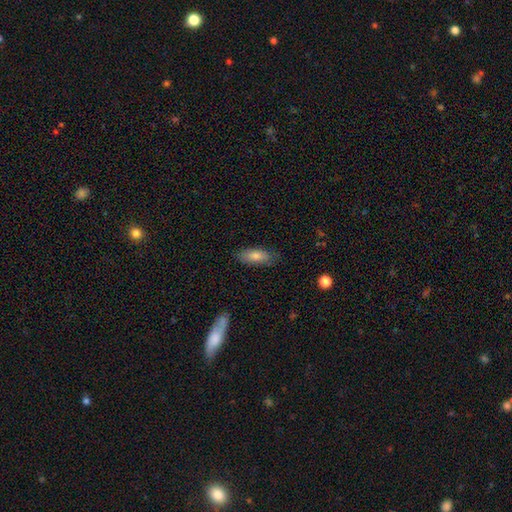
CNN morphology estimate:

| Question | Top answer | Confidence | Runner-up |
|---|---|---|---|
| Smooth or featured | smooth | 73% | featured or disk (20%) |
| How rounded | in between | 68% | cigar-shaped (30%) |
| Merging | none | 82% | minor disturbance (14%) |